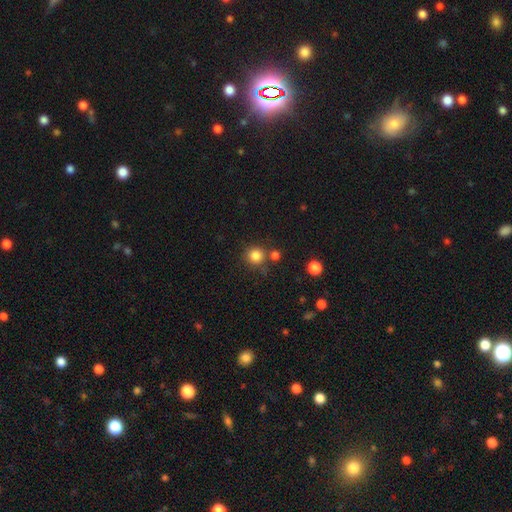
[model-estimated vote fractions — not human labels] Smooth or featured?
  - smooth: 83% *
  - star or artifact: 12%
  - featured or disk: 5%
How rounded?
  - round: 92% *
  - in between: 7%
  - cigar-shaped: 1%
Merging?
  - none: 75% *
  - merger: 12%
  - minor disturbance: 9%
  - major disturbance: 3%